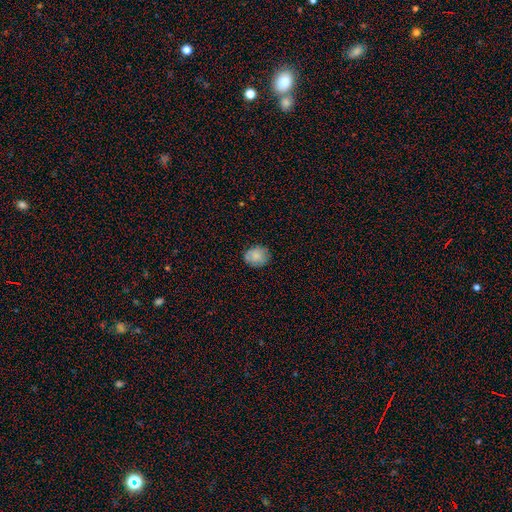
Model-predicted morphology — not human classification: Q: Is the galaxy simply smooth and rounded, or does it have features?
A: smooth — 81%.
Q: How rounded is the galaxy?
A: round — 67%.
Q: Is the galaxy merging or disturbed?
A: none — 81%.